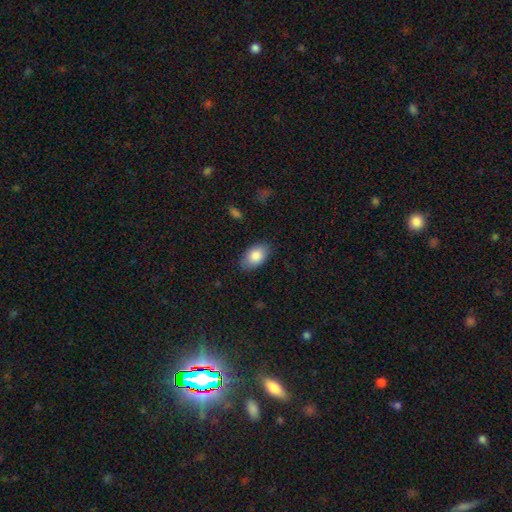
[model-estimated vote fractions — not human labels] Morphology: type=smooth (85%); roundness=in between (92%); merging=none (83%).